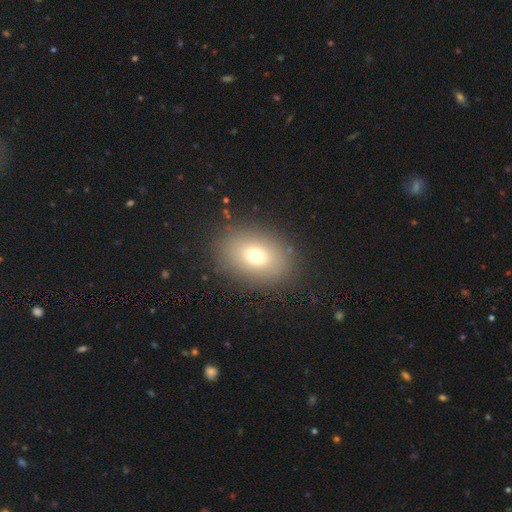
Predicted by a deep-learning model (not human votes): smooth-or-featured: smooth: 74% | featured or disk: 13% | star or artifact: 13%
  how-rounded: in between: 75% | round: 24% | cigar-shaped: 1%
  merging: none: 86% | minor disturbance: 9% | major disturbance: 4% | merger: 1%